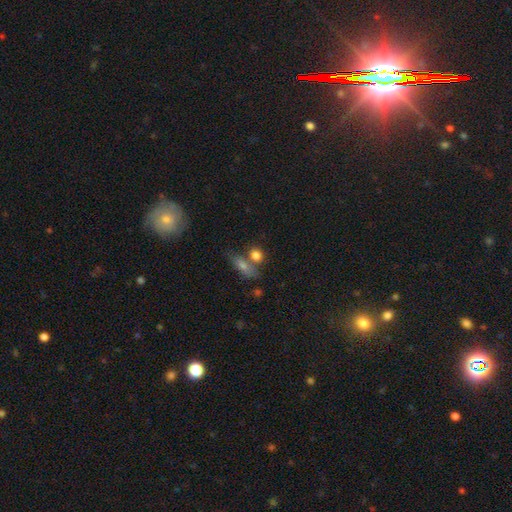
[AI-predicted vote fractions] This appears to be a smooth galaxy with no disk features (80%) that is round (57%). Merging: none (53%).